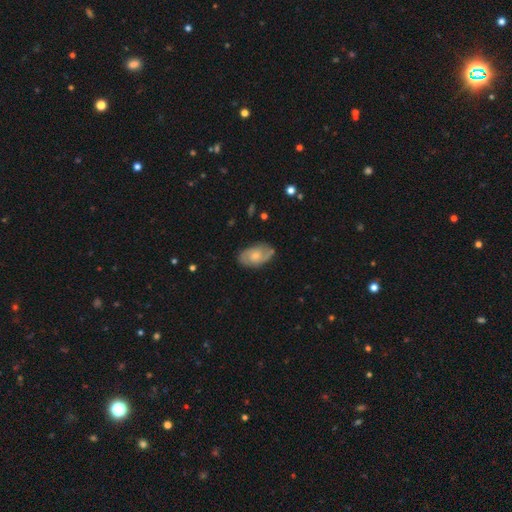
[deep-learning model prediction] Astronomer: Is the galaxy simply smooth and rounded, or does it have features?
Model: featured or disk — 64%.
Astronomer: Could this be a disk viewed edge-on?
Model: no — 95%.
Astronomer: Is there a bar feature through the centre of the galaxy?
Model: no — 72%.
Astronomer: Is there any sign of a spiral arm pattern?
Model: yes — 86%.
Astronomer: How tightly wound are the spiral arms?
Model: medium — 42% (runner-up: tight, 41%).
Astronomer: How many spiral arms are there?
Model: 2 — 71%.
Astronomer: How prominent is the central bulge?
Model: small — 51% (runner-up: moderate, 42%).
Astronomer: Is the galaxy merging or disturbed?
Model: none — 76%.